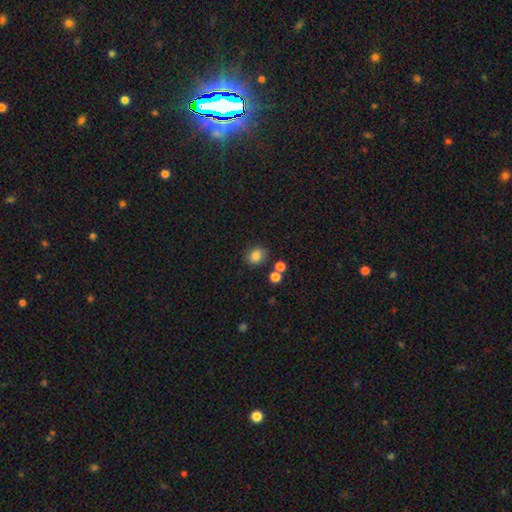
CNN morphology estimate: smooth_or_featured: smooth (p=0.84) [alt: star or artifact p=0.11]
how_rounded: round (p=0.62) [alt: in between p=0.37]
merging: none (p=0.76) [alt: minor disturbance p=0.12]